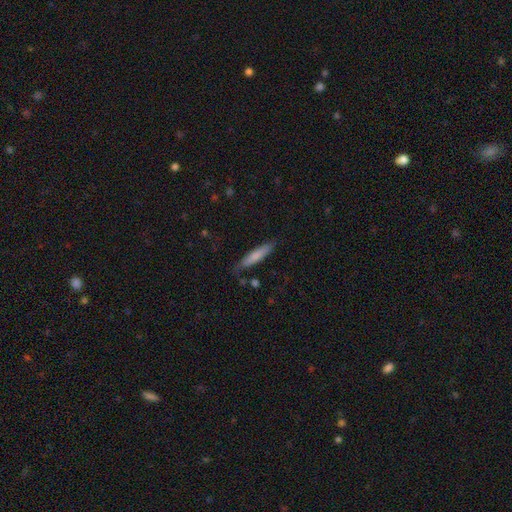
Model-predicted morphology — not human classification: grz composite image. It shows a smooth galaxy with no disk features (76%) that is cigar-shaped (85%). Merging: none (78%).